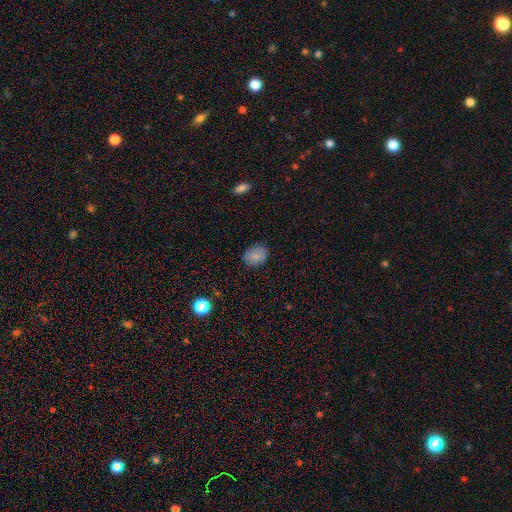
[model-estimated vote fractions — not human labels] Smooth or featured? smooth (81%)
How rounded? in between (60%)
Merging? none (83%)